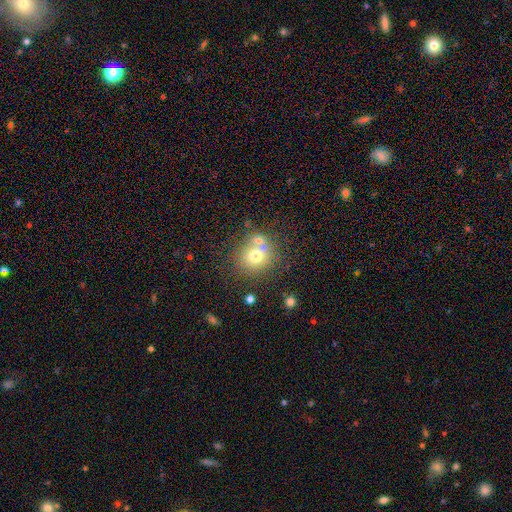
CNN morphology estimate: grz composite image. It shows a smooth galaxy with no disk features (68%) that is round (78%). Merging: none (48%).